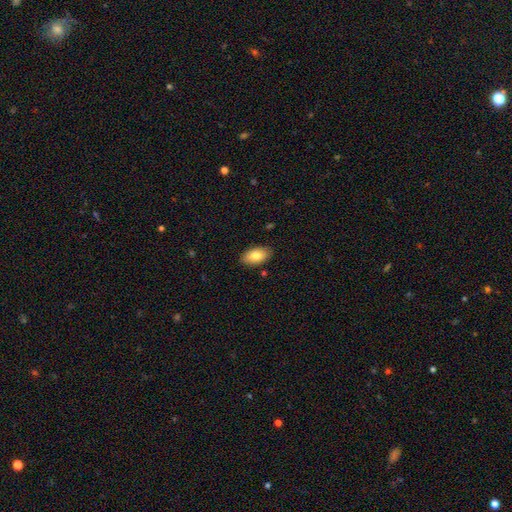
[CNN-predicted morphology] This appears to be a smooth galaxy with no disk features (81%) that is in between round and cigar-shaped (94%). Merging: none (87%).